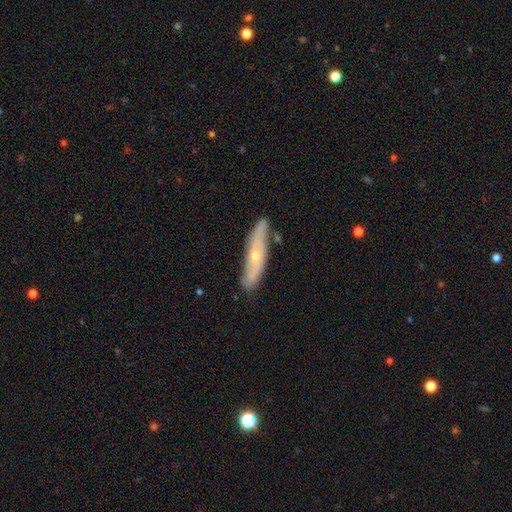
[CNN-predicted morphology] A featured or disk galaxy (57%) viewed edge-on (51%).

Vote fractions:
- Smooth or featured? featured or disk: 57% / smooth: 36% / star or artifact: 7%
- Edge-on disk? yes: 51% / no: 49%
- Merging? none: 77% / minor disturbance: 17% / major disturbance: 3% / merger: 3%